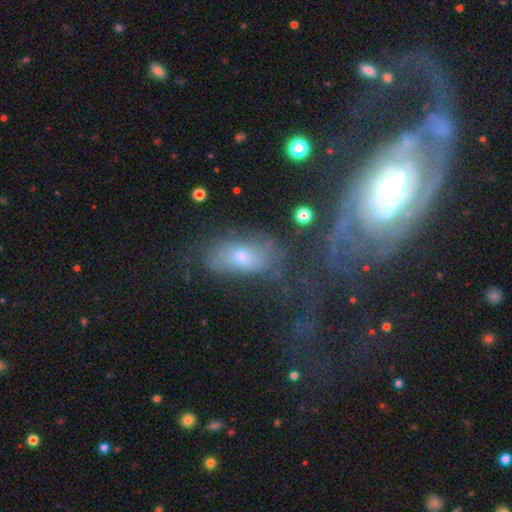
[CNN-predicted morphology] Smooth or featured?
  - smooth: 45% *
  - featured or disk: 42%
  - star or artifact: 14%
Merging?
  - none: 45% *
  - major disturbance: 24%
  - minor disturbance: 21%
  - merger: 9%